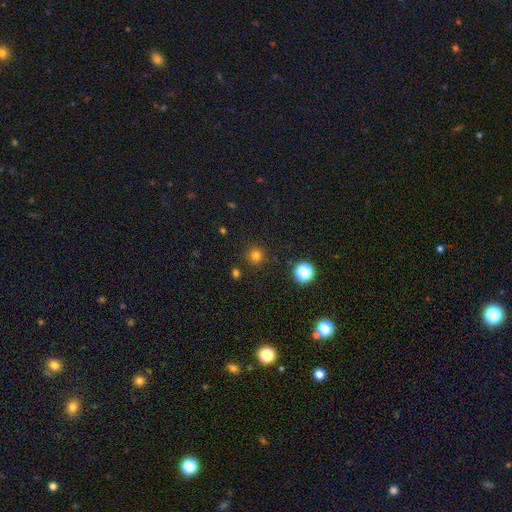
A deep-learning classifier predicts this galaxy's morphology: Q: Smooth or featured?
A: smooth (76%); runner-up: star or artifact (19%)
Q: How rounded?
A: round (93%); runner-up: in between (6%)
Q: Merging?
A: none (88%); runner-up: minor disturbance (7%)